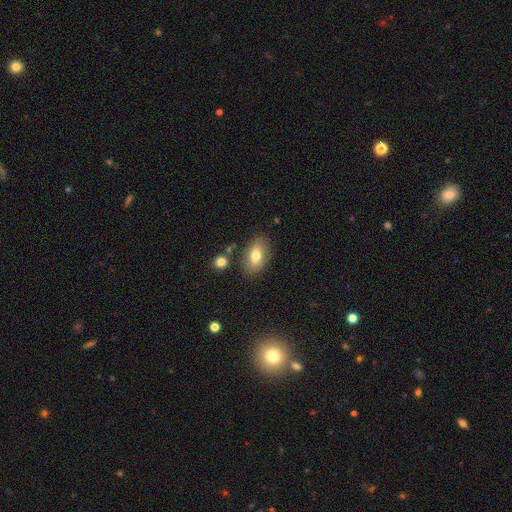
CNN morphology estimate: Smooth or featured? smooth (74%)
How rounded? in between (90%)
Merging? none (80%)